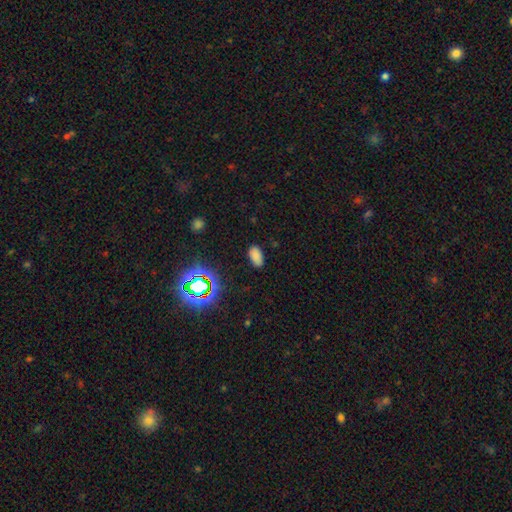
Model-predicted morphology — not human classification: A smooth galaxy with no disk features (74%) that is in between round and cigar-shaped (93%). Merging: none (84%).